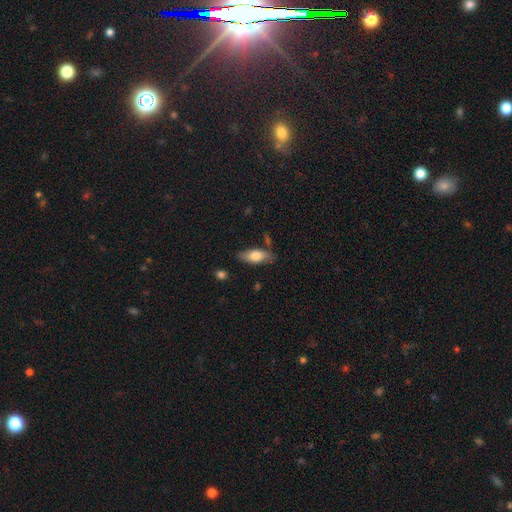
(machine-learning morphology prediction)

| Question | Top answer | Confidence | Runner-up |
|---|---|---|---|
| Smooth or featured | smooth | 72% | featured or disk (22%) |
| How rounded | in between | 78% | cigar-shaped (19%) |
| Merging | none | 76% | minor disturbance (17%) |